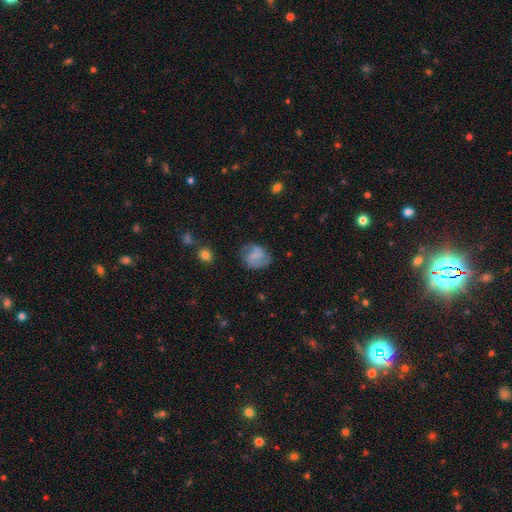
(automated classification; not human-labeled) Smooth or featured? Predicted: featured or disk (p=0.60). Edge-on disk? Predicted: no (p=0.98). Bar? Predicted: weak (p=0.48). Spiral arms? Predicted: yes (p=0.90). Spiral winding? Predicted: medium (p=0.48). Spiral arm count? Predicted: 2 (p=0.78). Bulge size? Predicted: none (p=0.47). Merging? Predicted: none (p=0.71).